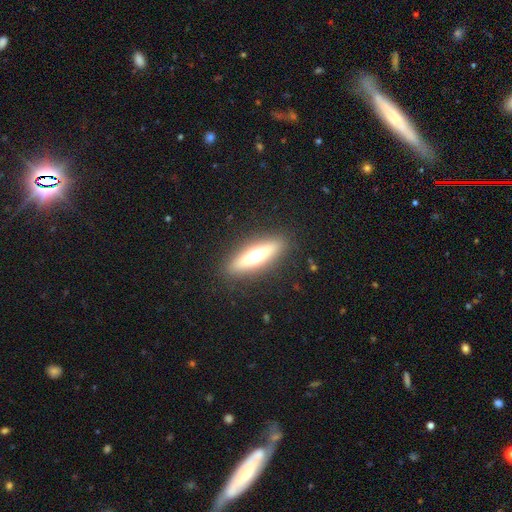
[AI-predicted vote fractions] Smooth or featured?
  - featured or disk: 50% *
  - smooth: 41%
  - star or artifact: 9%
Merging?
  - none: 88% *
  - minor disturbance: 8%
  - major disturbance: 3%
  - merger: 1%